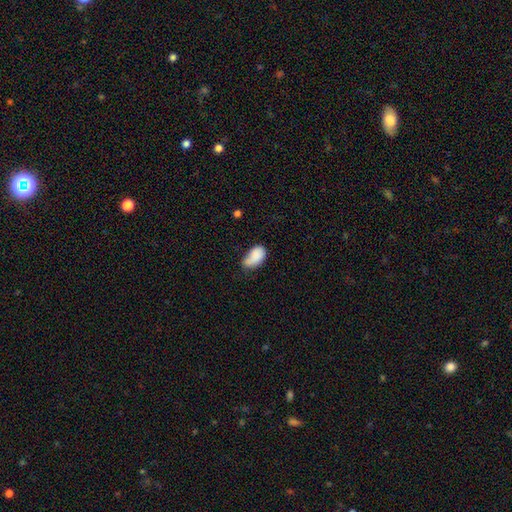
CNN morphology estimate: type=smooth (82%); roundness=in between (92%); merging=minor disturbance (41%).